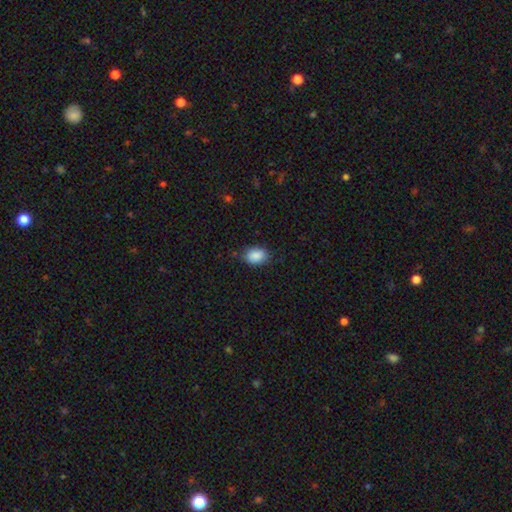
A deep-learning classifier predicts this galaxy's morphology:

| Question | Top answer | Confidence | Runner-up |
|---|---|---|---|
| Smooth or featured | smooth | 88% | star or artifact (8%) |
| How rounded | in between | 76% | round (23%) |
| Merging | none | 80% | minor disturbance (16%) |